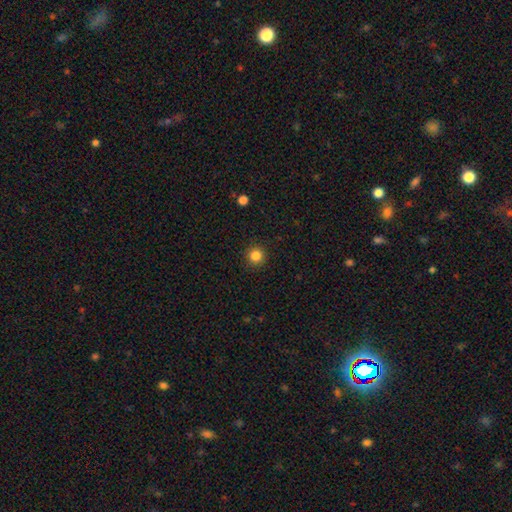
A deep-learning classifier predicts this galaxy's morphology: Overall: smooth (84%). How rounded: round (95%). Merging: none (92%).